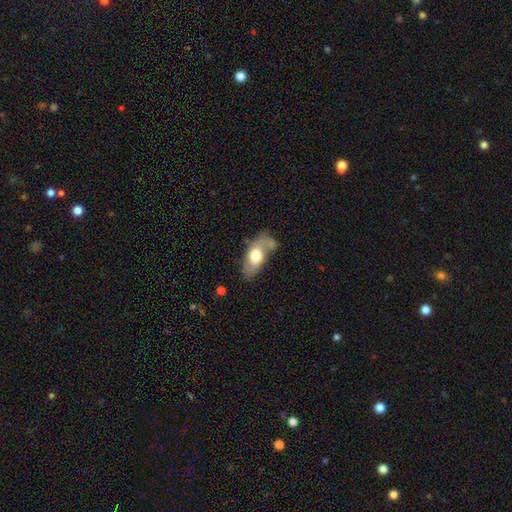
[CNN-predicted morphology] A smooth galaxy with no disk features (55%) that is in between round and cigar-shaped (89%).

Vote fractions:
- Smooth or featured? smooth: 55% / featured or disk: 38% / star or artifact: 6%
- How rounded? in between: 89% / round: 6% / cigar-shaped: 5%
- Merging? none: 47% / minor disturbance: 26% / major disturbance: 15% / merger: 12%